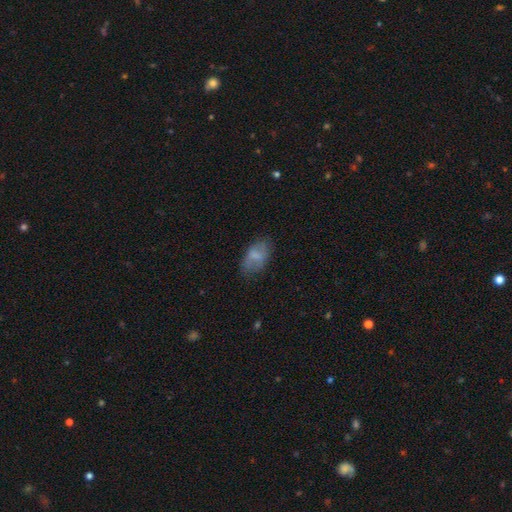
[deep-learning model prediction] The model was most divided on "smooth or featured": smooth: 68%, featured or disk: 24%, star or artifact: 8%. More confident: how rounded — in between (92%); merging — none (67%).